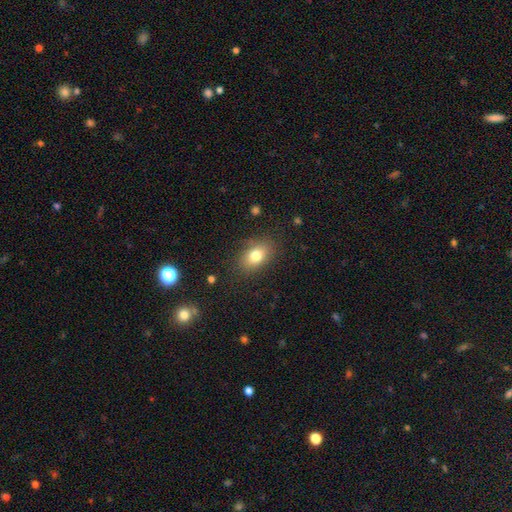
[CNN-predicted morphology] Smooth or featured? Predicted: smooth (p=0.78). How rounded? Predicted: in between (p=0.80). Merging? Predicted: none (p=0.83).